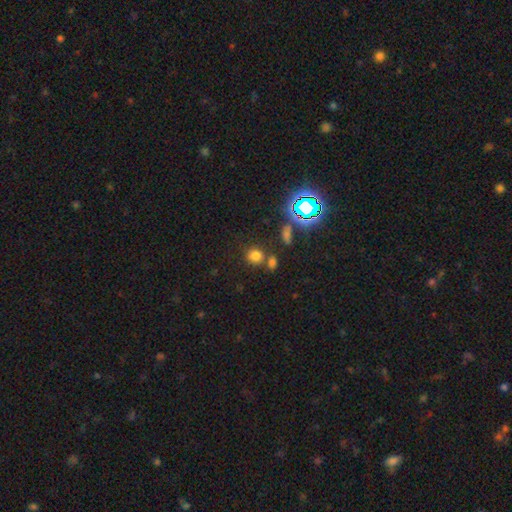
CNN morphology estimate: Smooth or featured? Predicted: smooth (p=0.71). How rounded? Predicted: round (p=0.79). Merging? Predicted: none (p=0.68).